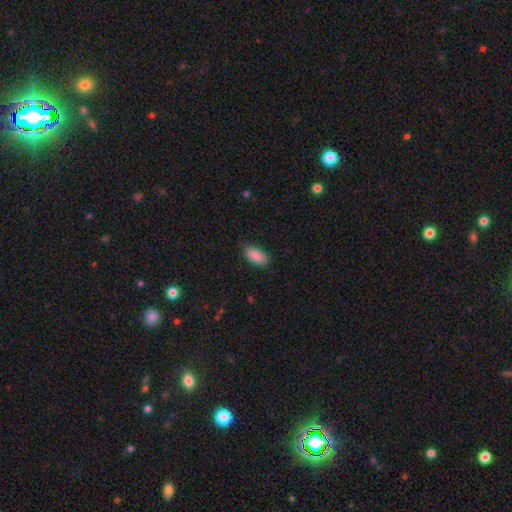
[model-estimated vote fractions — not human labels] smooth-or-featured: smooth: 90% | star or artifact: 7% | featured or disk: 4%
  how-rounded: in between: 93% | cigar-shaped: 5% | round: 2%
  merging: none: 86% | minor disturbance: 11% | major disturbance: 2% | merger: 1%